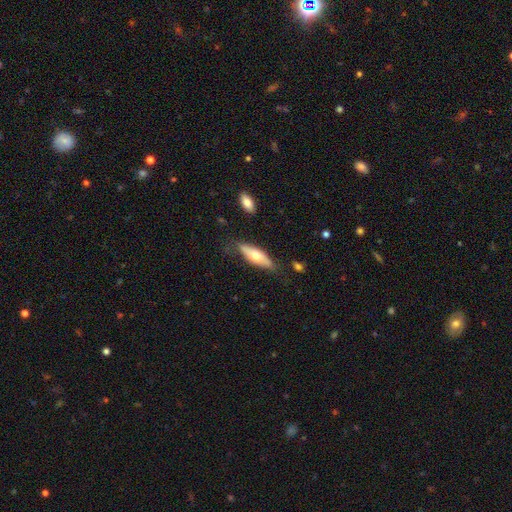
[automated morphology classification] smooth 56%, featured or disk 38%, star or artifact 6%. Down the decision tree: how rounded — in between (57%); merging — none (69%).